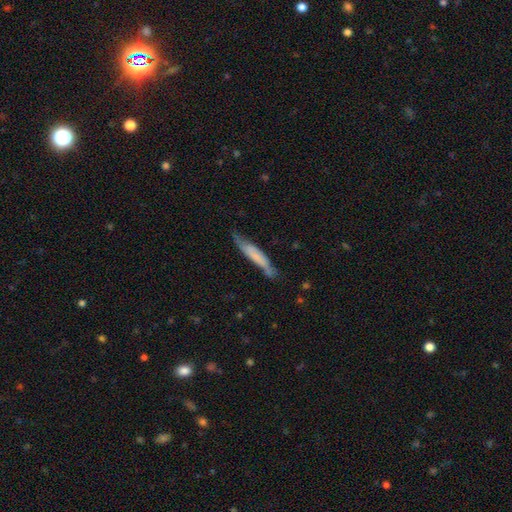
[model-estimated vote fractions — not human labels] Morphology: type=smooth (52%); roundness=cigar-shaped (90%); merging=none (62%).